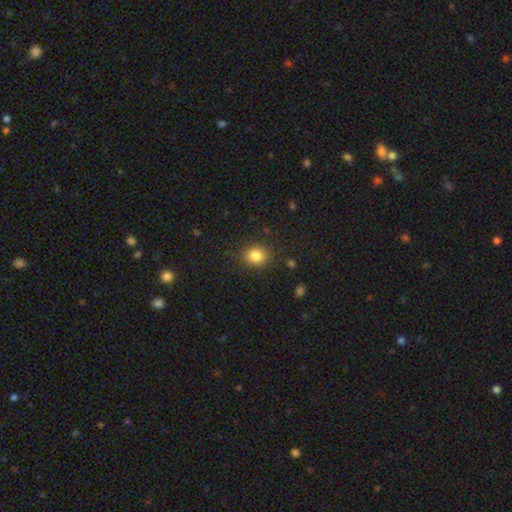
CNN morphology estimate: A smooth galaxy with no disk features (83%) that is round (71%).

Vote fractions:
- Smooth or featured? smooth: 83% / star or artifact: 11% / featured or disk: 5%
- How rounded? round: 71% / in between: 28% / cigar-shaped: 1%
- Merging? none: 86% / minor disturbance: 9% / major disturbance: 3% / merger: 1%